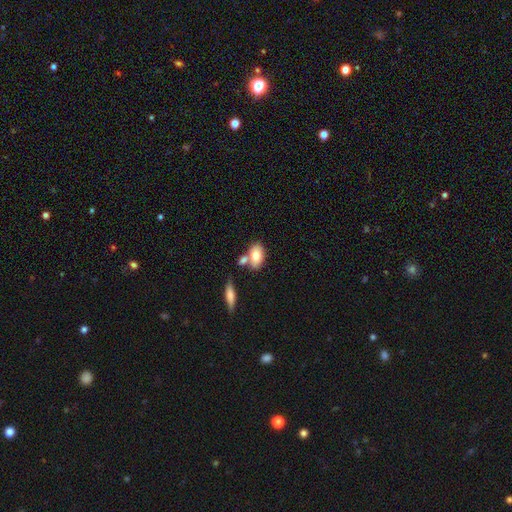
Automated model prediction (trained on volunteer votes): Smooth or featured? smooth (76%)
How rounded? in between (88%)
Merging? none (53%)